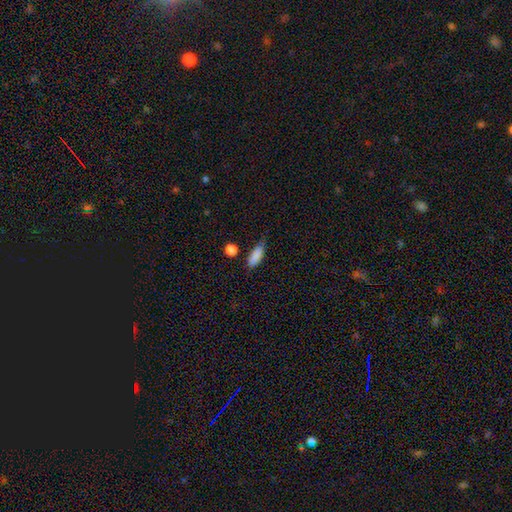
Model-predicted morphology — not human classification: A smooth galaxy with no disk features (85%) that is in between round and cigar-shaped (63%). Merging: none (57%).